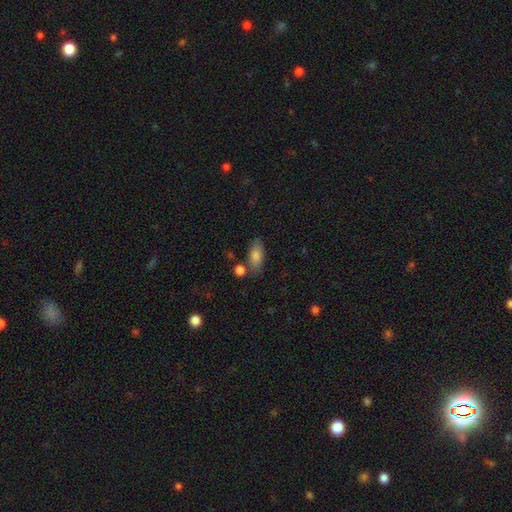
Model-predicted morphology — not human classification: smooth_or_featured: smooth (p=0.83) [alt: featured or disk p=0.09]
how_rounded: in between (p=0.85) [alt: cigar-shaped p=0.12]
merging: none (p=0.71) [alt: minor disturbance p=0.14]